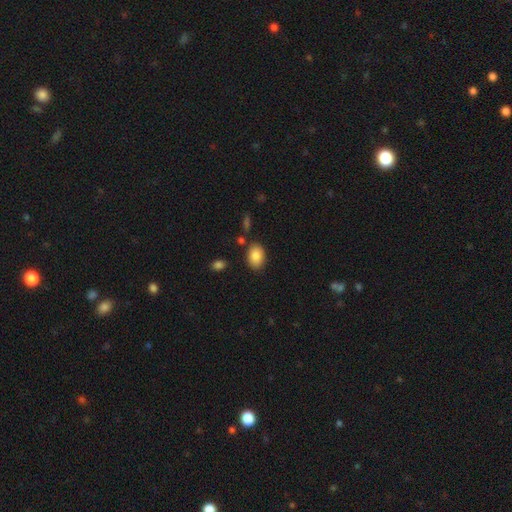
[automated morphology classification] A smooth galaxy with no disk features (86%) that is in between round and cigar-shaped (81%). Merging: none (82%).